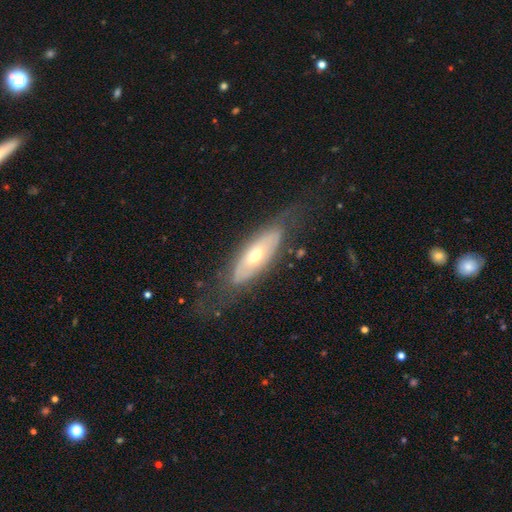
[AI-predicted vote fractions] Smooth or featured: featured or disk — 59% (smooth — 34%)
Edge-on disk: no — 70% (yes — 30%)
Merging: none — 63% (minor disturbance — 22%)